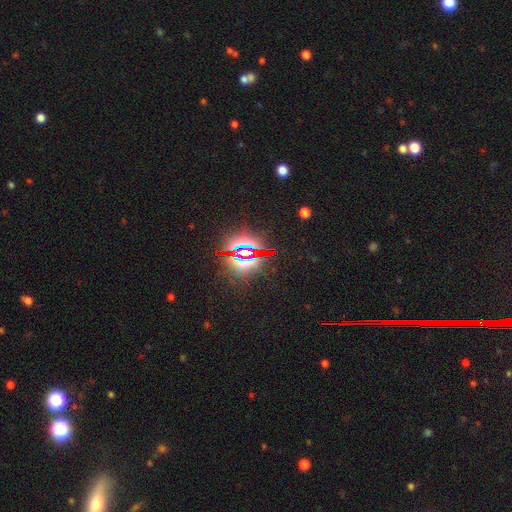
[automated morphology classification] Smooth or featured: star or artifact — 85% (smooth — 8%)